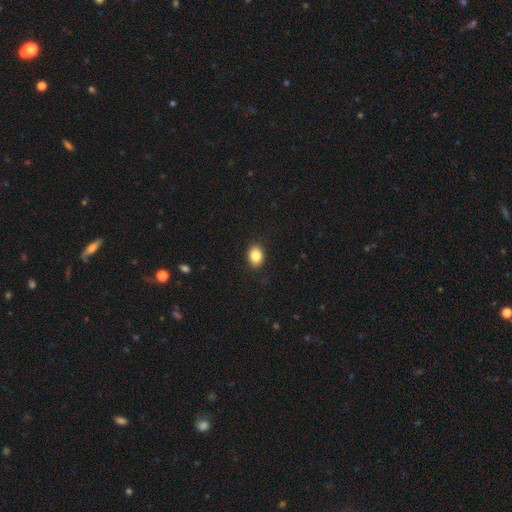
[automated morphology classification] smooth_or_featured: smooth (p=0.85) [alt: star or artifact p=0.09]
how_rounded: in between (p=0.65) [alt: round p=0.34]
merging: none (p=0.89) [alt: minor disturbance p=0.08]